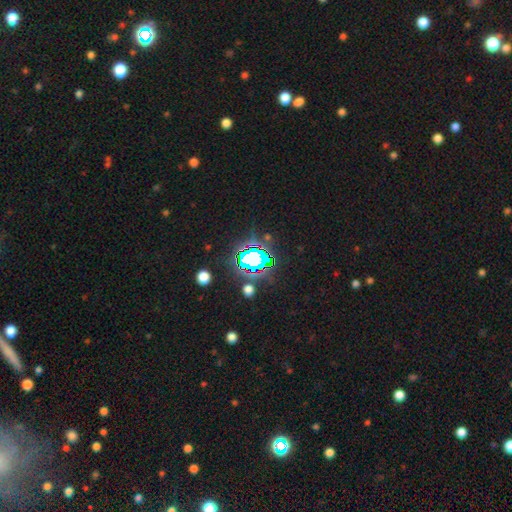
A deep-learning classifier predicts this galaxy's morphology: smooth-or-featured: star or artifact: 74% | smooth: 16% | featured or disk: 11%